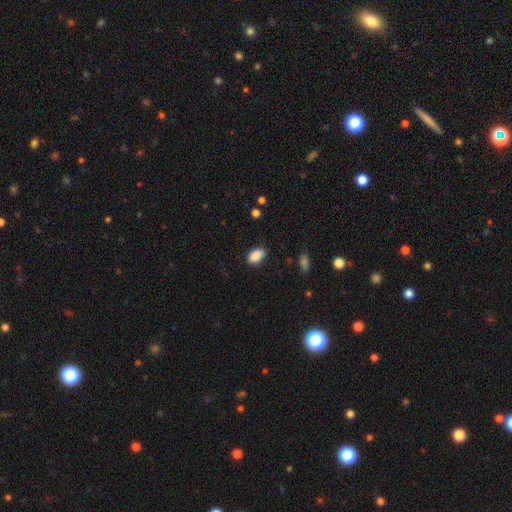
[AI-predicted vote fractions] Overall: smooth (89%). How rounded: in between (91%). Merging: none (85%).